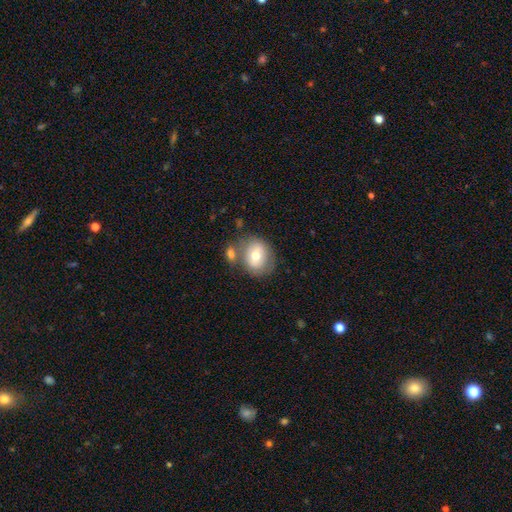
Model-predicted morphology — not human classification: This is likely a smooth galaxy (67%). How rounded: possibly round (56%). Merging: possibly none (57%).